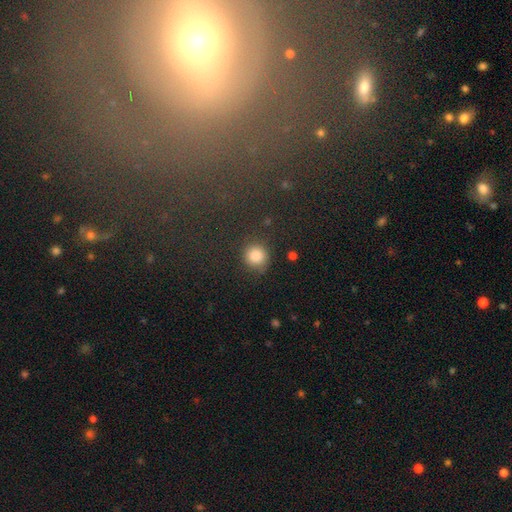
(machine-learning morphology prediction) Smooth or featured? smooth (84%)
How rounded? round (90%)
Merging? none (79%)